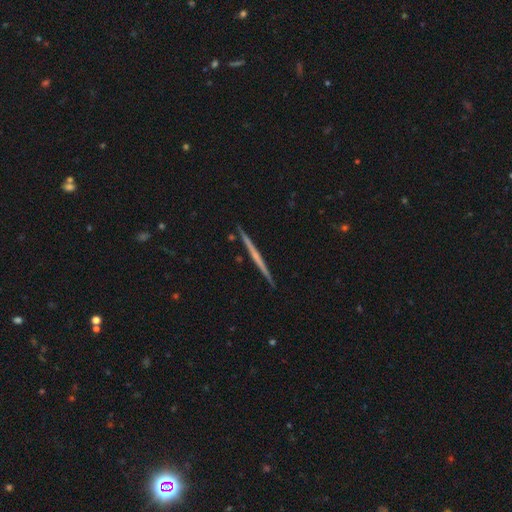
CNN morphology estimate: smooth_or_featured: featured or disk (p=0.63) [alt: smooth p=0.32]
disk_edge_on: yes (p=0.98) [alt: no p=0.02]
edge_on_bulge: none (p=0.85) [alt: rounded p=0.11]
merging: none (p=0.92) [alt: minor disturbance p=0.05]